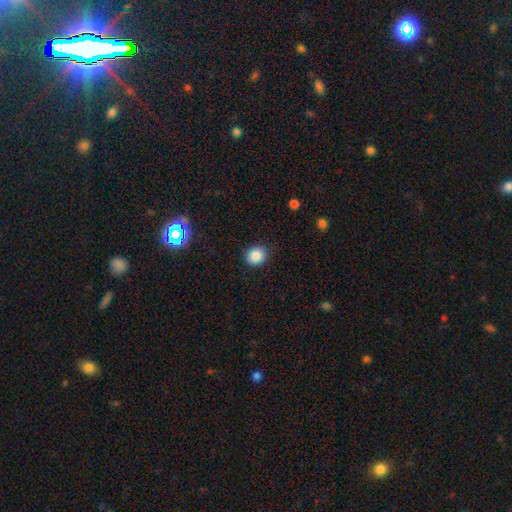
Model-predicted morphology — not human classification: type=smooth (86%); roundness=round (78%); merging=none (89%).